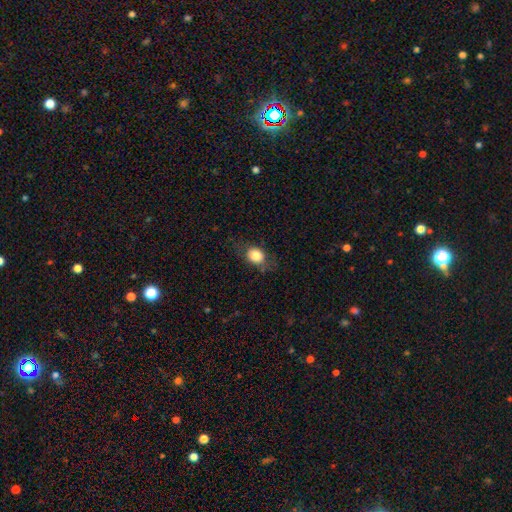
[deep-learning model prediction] smooth-or-featured: smooth: 78% | featured or disk: 12% | star or artifact: 9%
  how-rounded: round: 55% | in between: 43% | cigar-shaped: 2%
  merging: none: 70% | minor disturbance: 20% | major disturbance: 9% | merger: 1%